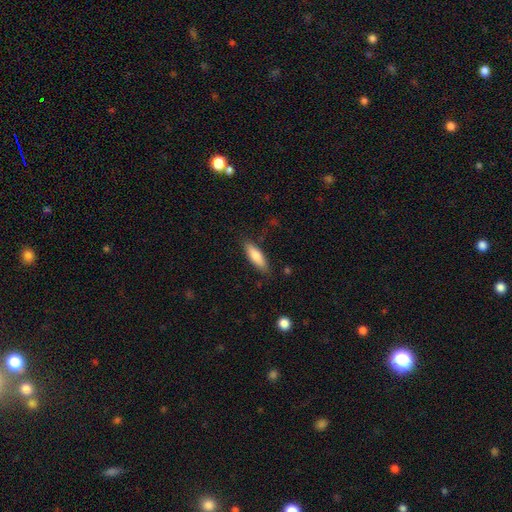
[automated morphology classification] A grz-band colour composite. It shows a smooth galaxy with no disk features (80%) that is in between round and cigar-shaped (50%). Merging: none (84%).